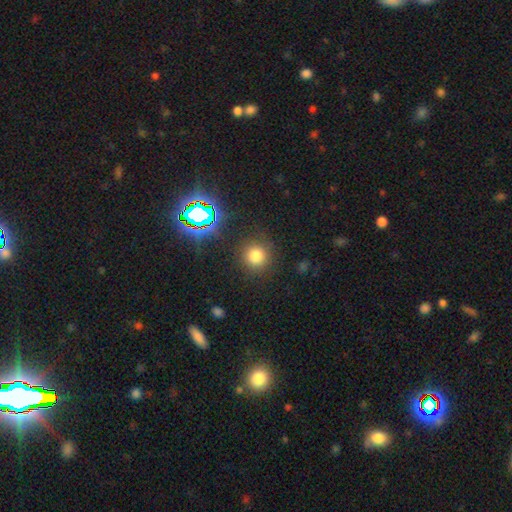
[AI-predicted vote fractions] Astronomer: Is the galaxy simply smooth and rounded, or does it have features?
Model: smooth — 73%.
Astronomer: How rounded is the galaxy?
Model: round — 93%.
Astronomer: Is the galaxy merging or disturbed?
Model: none — 86%.